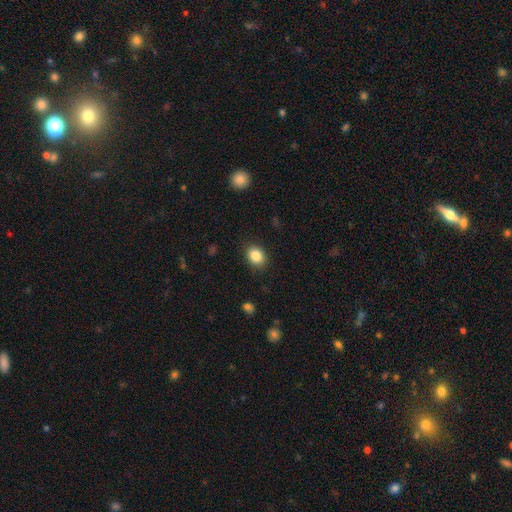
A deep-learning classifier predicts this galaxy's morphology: Q: Smooth or featured?
A: smooth (86%); runner-up: star or artifact (9%)
Q: How rounded?
A: in between (58%); runner-up: round (41%)
Q: Merging?
A: none (87%); runner-up: minor disturbance (9%)